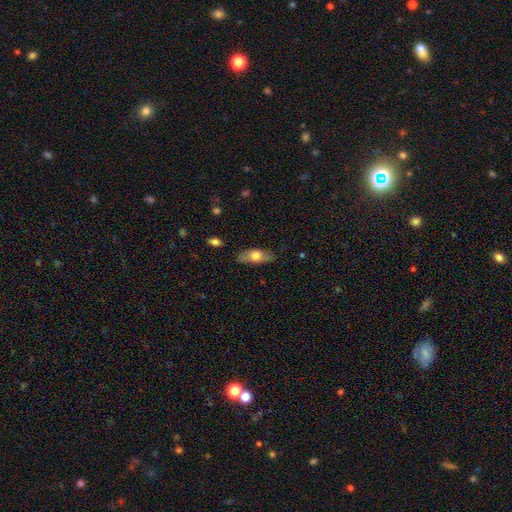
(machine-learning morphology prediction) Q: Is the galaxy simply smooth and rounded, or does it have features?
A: smooth — 65%.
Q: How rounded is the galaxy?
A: in between — 74%.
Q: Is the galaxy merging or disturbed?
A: none — 81%.